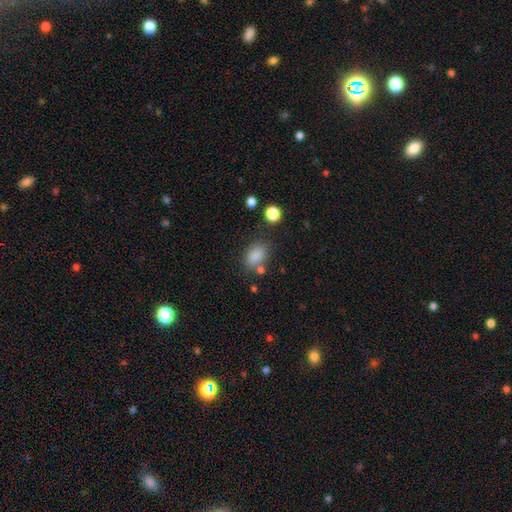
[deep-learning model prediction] Smooth or featured? Predicted: smooth (p=0.84). How rounded? Predicted: in between (p=0.73). Merging? Predicted: none (p=0.69).